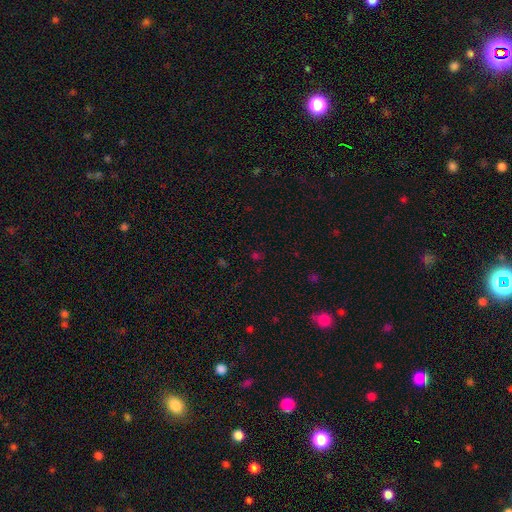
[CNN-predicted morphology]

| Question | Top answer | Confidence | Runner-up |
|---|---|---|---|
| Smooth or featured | star or artifact | 51% | smooth (43%) |